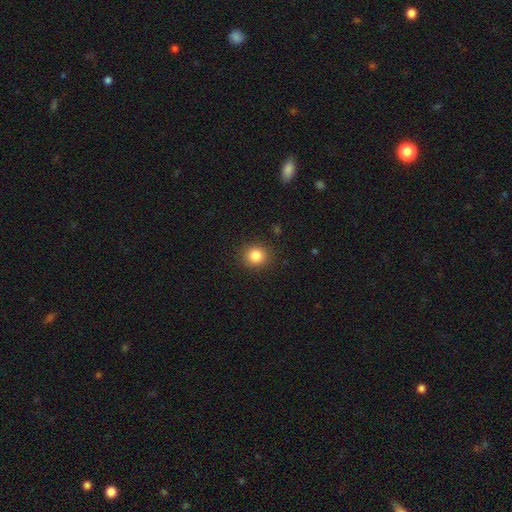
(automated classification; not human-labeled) smooth-or-featured: smooth: 84% | star or artifact: 10% | featured or disk: 5%
  how-rounded: round: 87% | in between: 12% | cigar-shaped: 1%
  merging: none: 89% | minor disturbance: 7% | major disturbance: 3% | merger: 1%